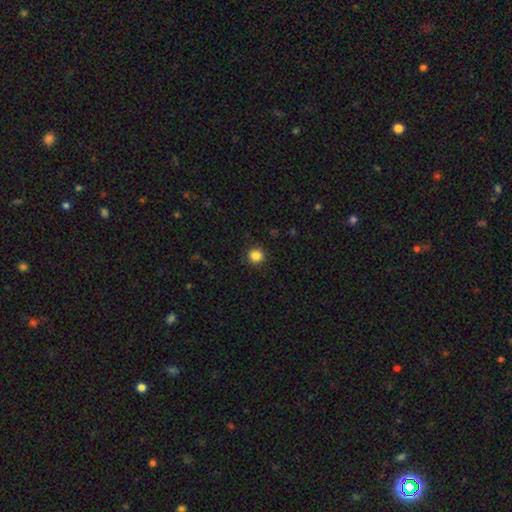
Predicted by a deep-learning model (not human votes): The model was most divided on "smooth or featured": smooth: 85%, star or artifact: 11%, featured or disk: 3%. More confident: how rounded — round (93%); merging — none (91%).